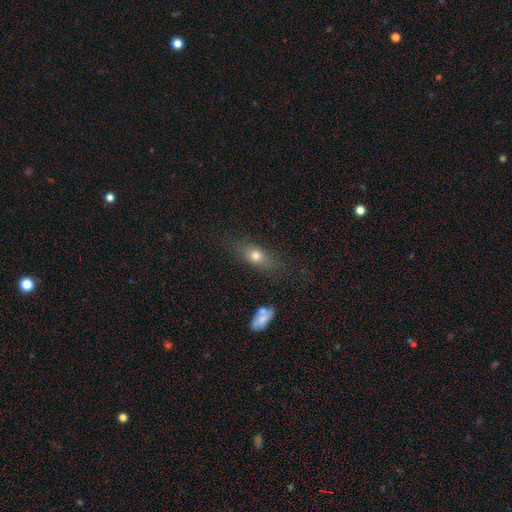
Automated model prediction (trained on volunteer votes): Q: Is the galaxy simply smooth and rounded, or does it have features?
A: smooth — 69%.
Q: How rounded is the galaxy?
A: in between — 64%.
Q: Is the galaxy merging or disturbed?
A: none — 70%.